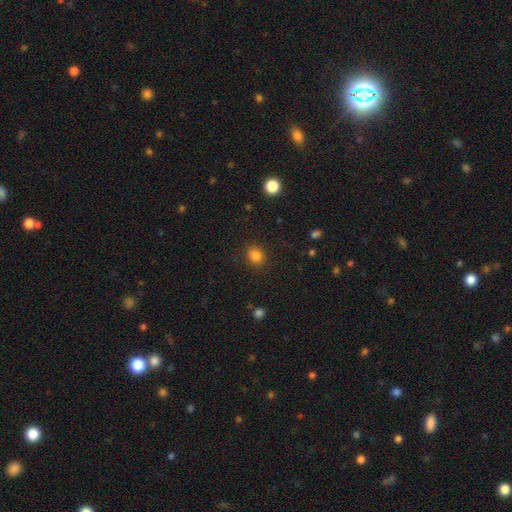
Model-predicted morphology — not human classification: A smooth galaxy with no disk features (83%) that is round (77%). Merging: none (88%).